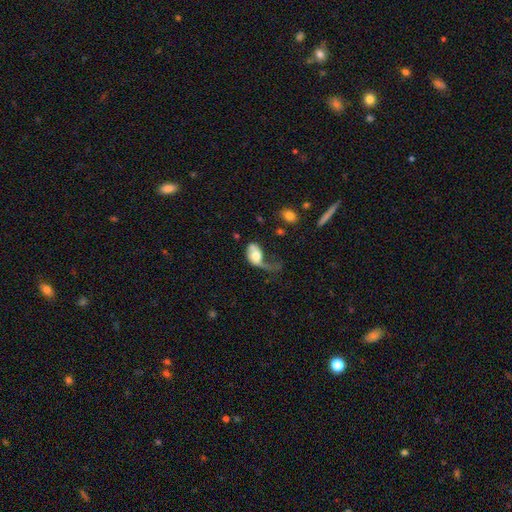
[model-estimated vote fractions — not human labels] Smooth or featured?
  - smooth: 47% *
  - featured or disk: 46%
  - star or artifact: 7%
Merging?
  - major disturbance: 60% *
  - minor disturbance: 15%
  - none: 15%
  - merger: 9%